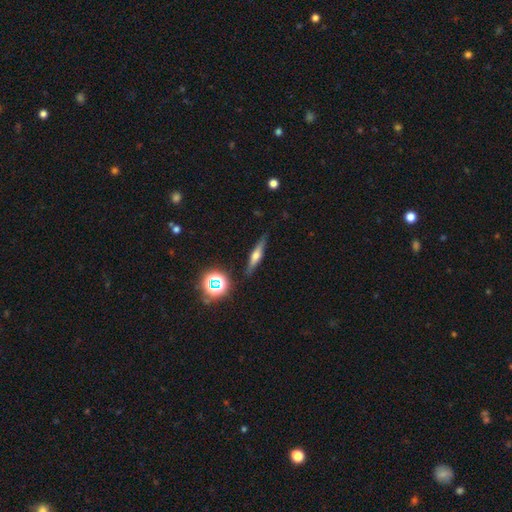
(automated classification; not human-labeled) The model was most divided on "smooth or featured": featured or disk: 52%, smooth: 36%, star or artifact: 12%. More confident: edge-on disk — yes (93%); merging — none (87%).